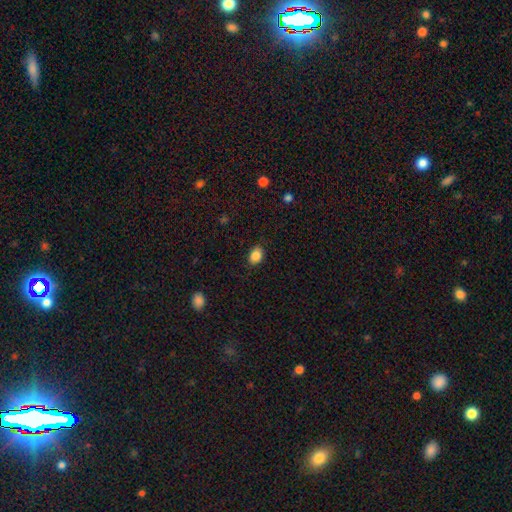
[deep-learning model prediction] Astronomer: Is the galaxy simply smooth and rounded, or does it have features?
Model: smooth — 86%.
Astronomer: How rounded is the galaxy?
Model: in between — 70%.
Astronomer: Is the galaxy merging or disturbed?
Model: none — 84%.